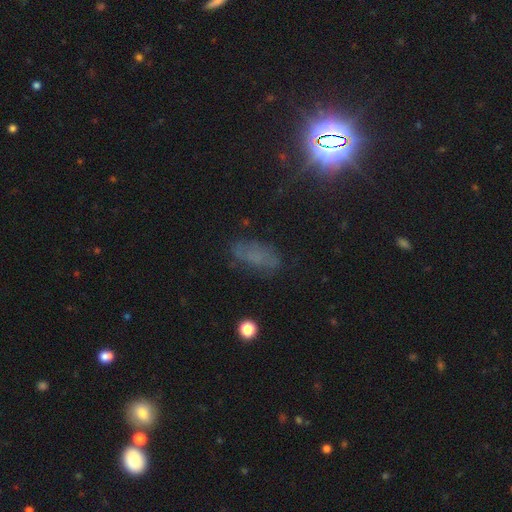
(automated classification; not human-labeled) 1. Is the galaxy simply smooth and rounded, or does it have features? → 44% smooth, 32% star or artifact, 24% featured or disk.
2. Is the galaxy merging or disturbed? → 67% none, 20% minor disturbance, 11% major disturbance, 2% merger.